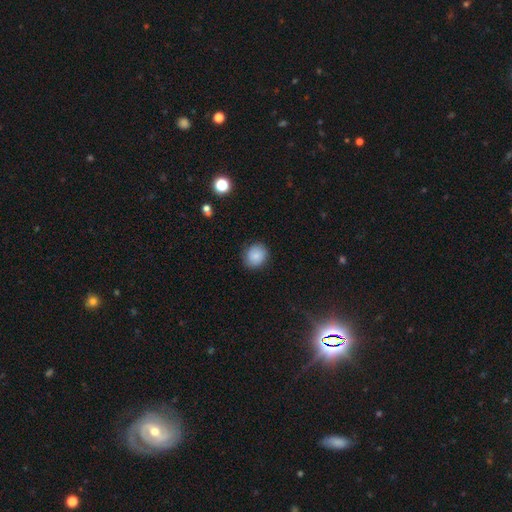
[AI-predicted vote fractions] smooth-or-featured: smooth: 84% | star or artifact: 9% | featured or disk: 7%
  how-rounded: round: 77% | in between: 22% | cigar-shaped: 1%
  merging: none: 84% | minor disturbance: 12% | major disturbance: 3% | merger: 1%